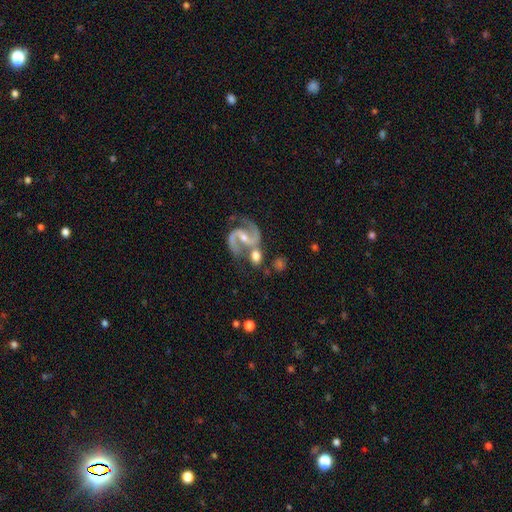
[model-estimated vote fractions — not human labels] The model was most divided on "bulge size": moderate: 46%, small: 45%, large: 4%, none: 3%, dominant: 1%. Remaining: edge-on disk — no (97%); spiral arms — yes (95%); spiral arm count — 2 (93%); smooth or featured — featured or disk (75%); spiral winding — medium (58%); merging — none (55%); bar — weak (43%).